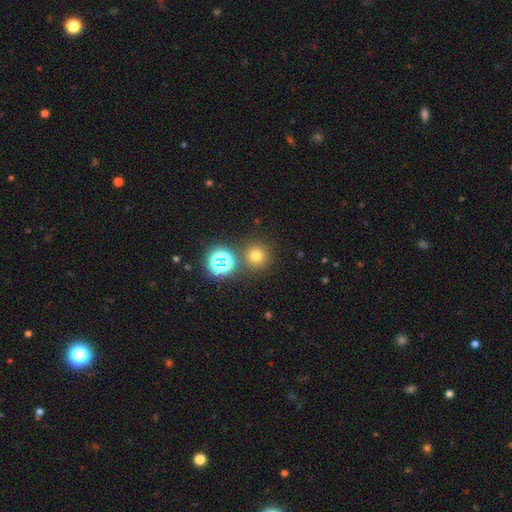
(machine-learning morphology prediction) This appears to be a smooth galaxy with no disk features (68%) that is round (94%). Merging: none (81%).